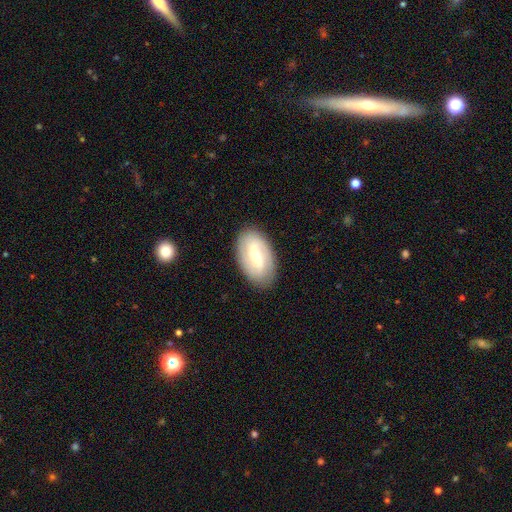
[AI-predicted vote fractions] featured or disk 68%, smooth 26%, star or artifact 6%. Down the decision tree: edge-on disk — no (93%); bar — weak (47%); spiral arms — yes (78%); bulge size — moderate (49%); merging — none (86%).